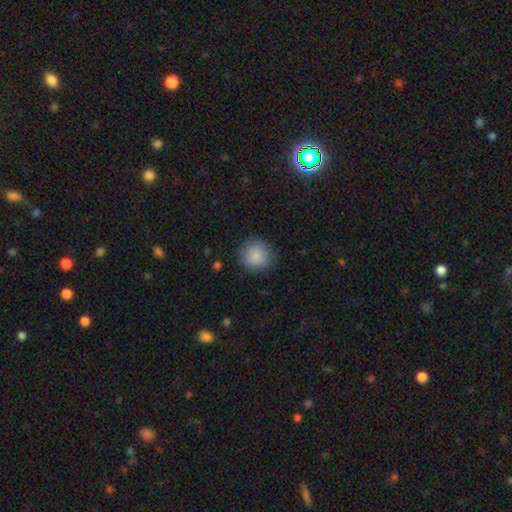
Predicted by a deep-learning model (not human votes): smooth-or-featured: smooth: 87% | star or artifact: 7% | featured or disk: 6%
  how-rounded: round: 90% | in between: 9% | cigar-shaped: 1%
  merging: none: 84% | minor disturbance: 11% | major disturbance: 4% | merger: 1%